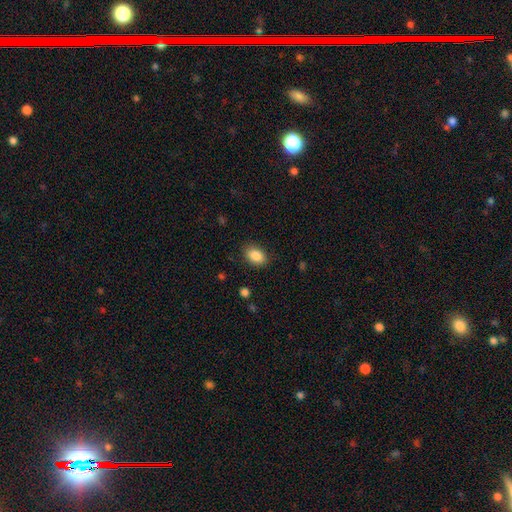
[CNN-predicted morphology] A smooth galaxy with no disk features (88%) that is in between round and cigar-shaped (84%).

Vote fractions:
- Smooth or featured? smooth: 88% / star or artifact: 8% / featured or disk: 4%
- How rounded? in between: 84% / round: 15% / cigar-shaped: 1%
- Merging? none: 86% / minor disturbance: 10% / major disturbance: 3% / merger: 1%